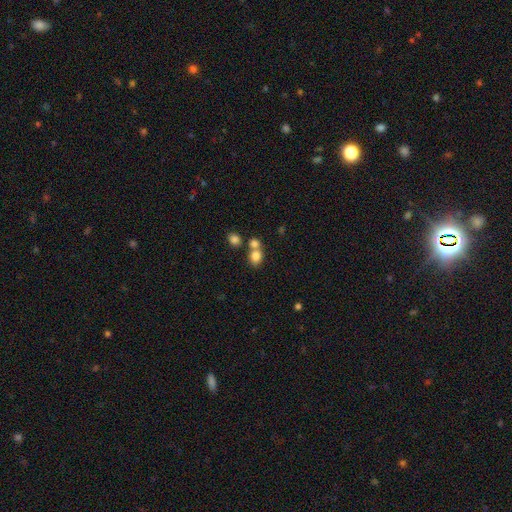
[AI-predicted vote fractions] A smooth galaxy with no disk features (80%) that is round (67%). Merging: merger (44%, tied with none).